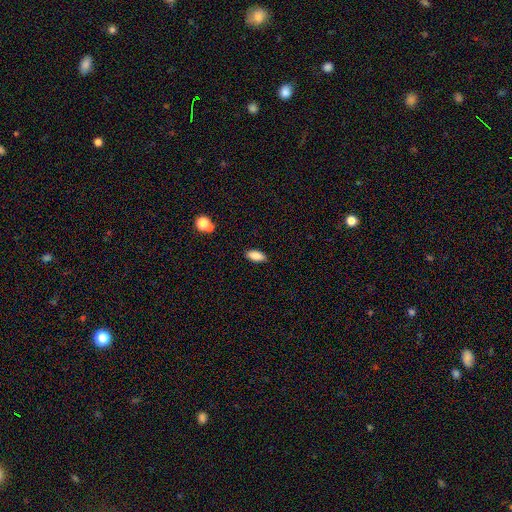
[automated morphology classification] smooth-or-featured: smooth: 86% | star or artifact: 8% | featured or disk: 6%
  how-rounded: in between: 85% | cigar-shaped: 13% | round: 3%
  merging: none: 85% | minor disturbance: 11% | major disturbance: 2% | merger: 2%